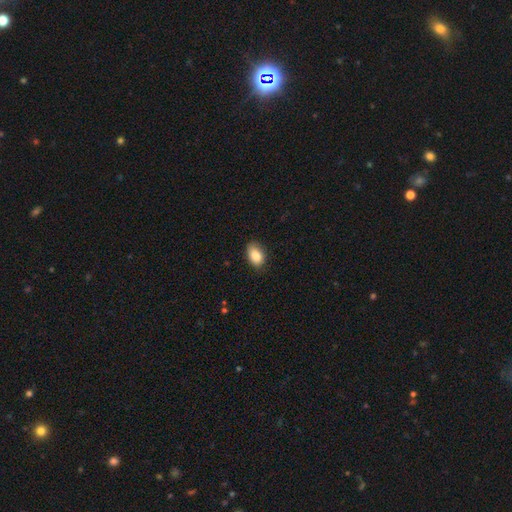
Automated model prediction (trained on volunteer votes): smooth_or_featured: smooth (p=0.86) [alt: star or artifact p=0.08]
how_rounded: in between (p=0.87) [alt: round p=0.12]
merging: none (p=0.79) [alt: minor disturbance p=0.17]